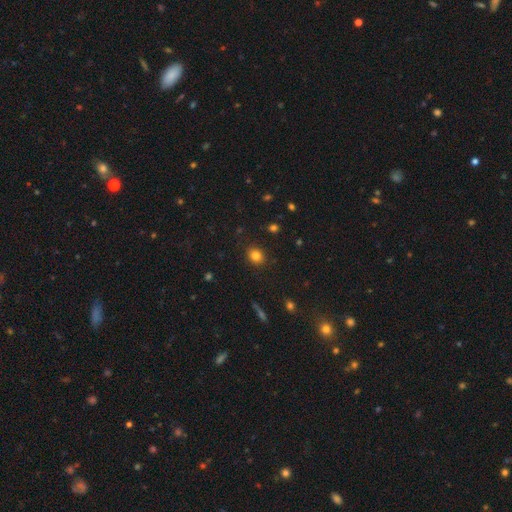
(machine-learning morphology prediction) A smooth galaxy with no disk features (82%) that is round (69%).

Vote fractions:
- Smooth or featured? smooth: 82% / star or artifact: 12% / featured or disk: 6%
- How rounded? round: 69% / in between: 30% / cigar-shaped: 1%
- Merging? none: 89% / minor disturbance: 8% / major disturbance: 2% / merger: 1%